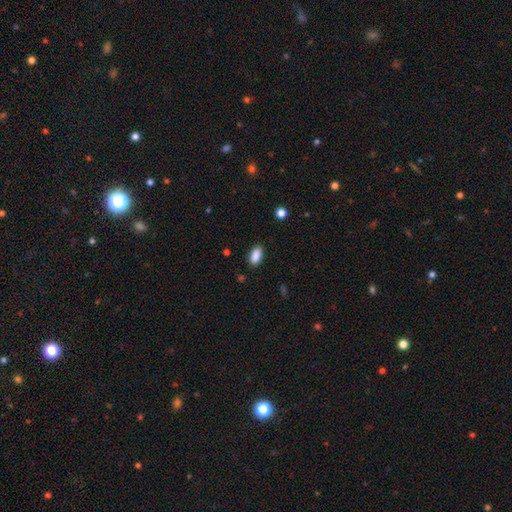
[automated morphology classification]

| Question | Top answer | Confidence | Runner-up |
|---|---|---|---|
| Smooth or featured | smooth | 89% | star or artifact (8%) |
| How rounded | in between | 92% | cigar-shaped (5%) |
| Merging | none | 87% | minor disturbance (10%) |